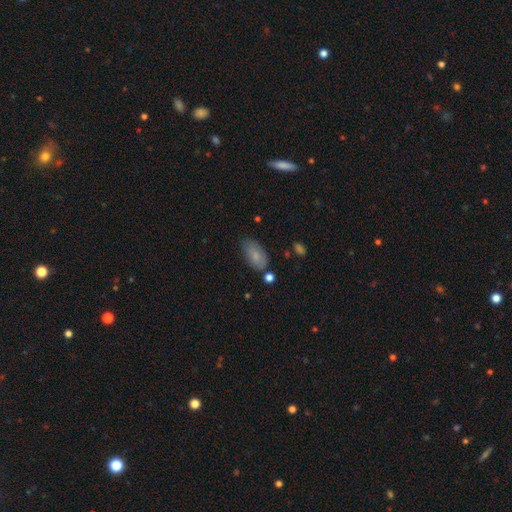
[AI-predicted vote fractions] Q: Smooth or featured?
A: smooth (79%); runner-up: featured or disk (14%)
Q: How rounded?
A: in between (93%); runner-up: round (4%)
Q: Merging?
A: none (65%); runner-up: minor disturbance (25%)